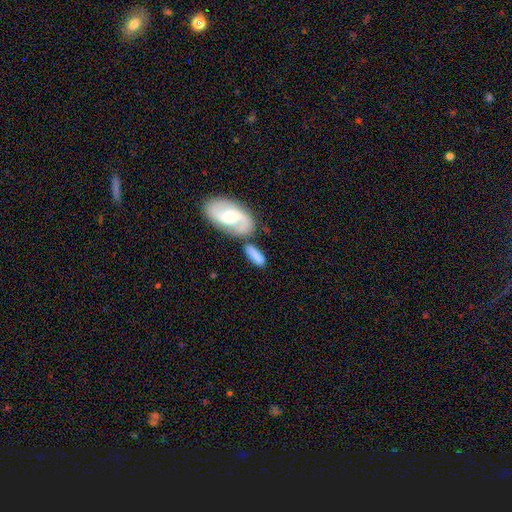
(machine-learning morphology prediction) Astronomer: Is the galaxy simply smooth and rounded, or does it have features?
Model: smooth — 69%.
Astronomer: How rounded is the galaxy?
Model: in between — 68%.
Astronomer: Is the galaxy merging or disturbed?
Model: none — 53%.